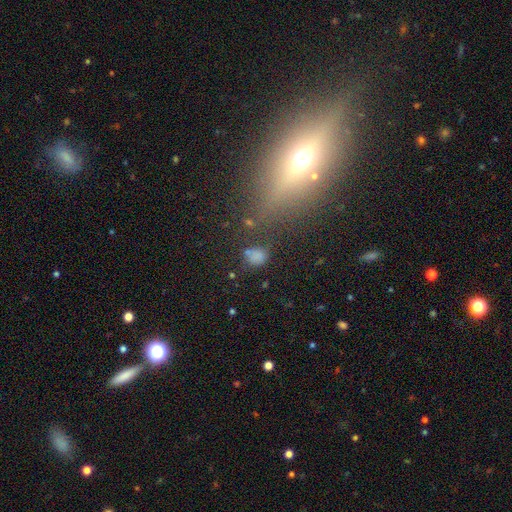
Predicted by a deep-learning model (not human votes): smooth-or-featured: smooth: 67% | star or artifact: 21% | featured or disk: 12%
  how-rounded: round: 52% | in between: 46% | cigar-shaped: 2%
  merging: none: 47% | minor disturbance: 24% | major disturbance: 18% | merger: 11%